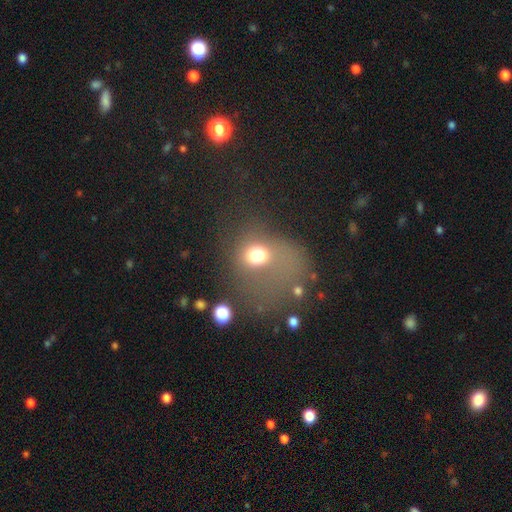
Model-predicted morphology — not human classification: Q: Smooth or featured?
A: smooth (66%); runner-up: star or artifact (18%)
Q: How rounded?
A: round (54%); runner-up: in between (44%)
Q: Merging?
A: none (35%); tied with: major disturbance (35%)